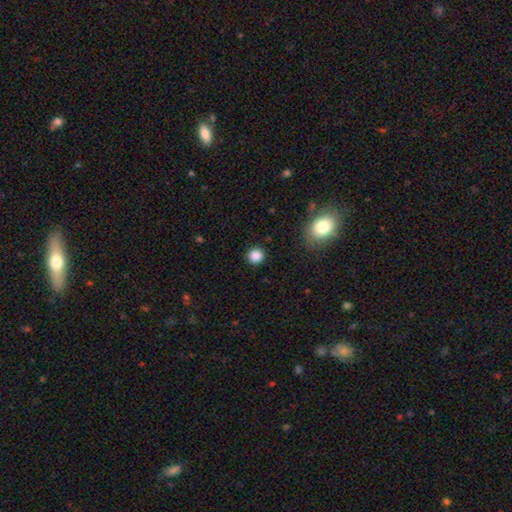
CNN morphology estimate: Overall: smooth (85%). How rounded: round (93%). Merging: none (91%).